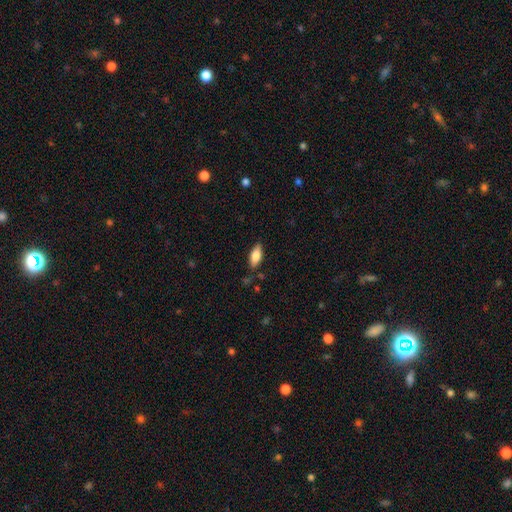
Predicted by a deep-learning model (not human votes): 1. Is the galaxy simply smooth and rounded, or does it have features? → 76% smooth, 17% featured or disk, 7% star or artifact.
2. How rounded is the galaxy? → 81% in between, 16% cigar-shaped, 2% round.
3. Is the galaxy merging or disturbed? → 81% none, 14% minor disturbance, 3% major disturbance, 2% merger.